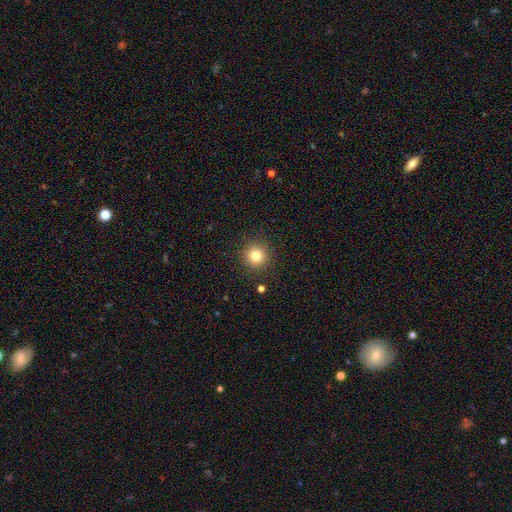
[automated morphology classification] This is clearly a smooth galaxy (81%). How rounded: clearly round (95%). Merging: clearly none (90%).